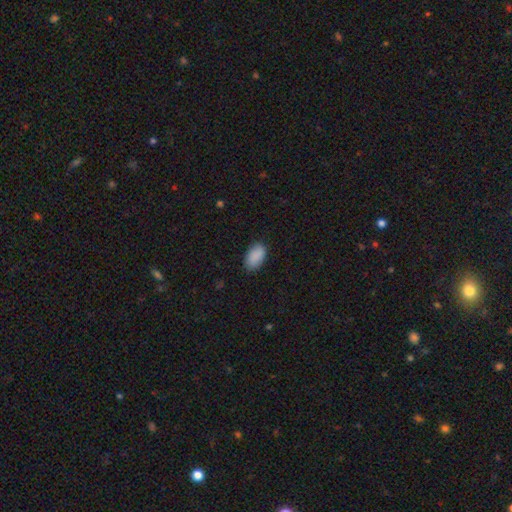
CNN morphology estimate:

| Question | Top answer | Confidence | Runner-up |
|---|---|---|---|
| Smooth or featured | smooth | 90% | star or artifact (7%) |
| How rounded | in between | 93% | round (5%) |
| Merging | none | 84% | minor disturbance (13%) |